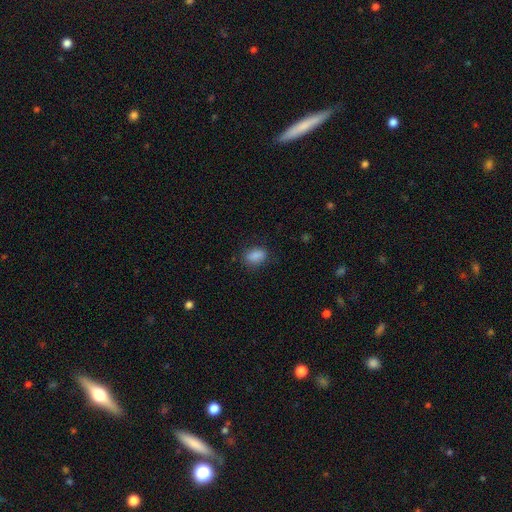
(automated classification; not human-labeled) The model was most divided on "how rounded": in between: 81%, round: 17%, cigar-shaped: 2%. More confident: smooth or featured — smooth (87%); merging — none (81%).